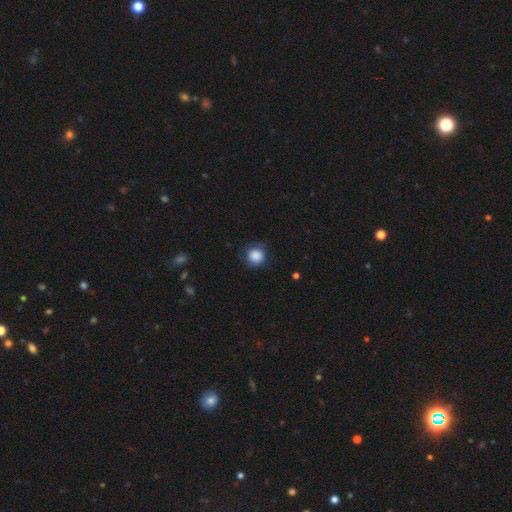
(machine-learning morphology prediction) smooth_or_featured: smooth (p=0.86) [alt: star or artifact p=0.09]
how_rounded: round (p=0.89) [alt: in between p=0.10]
merging: none (p=0.76) [alt: minor disturbance p=0.17]